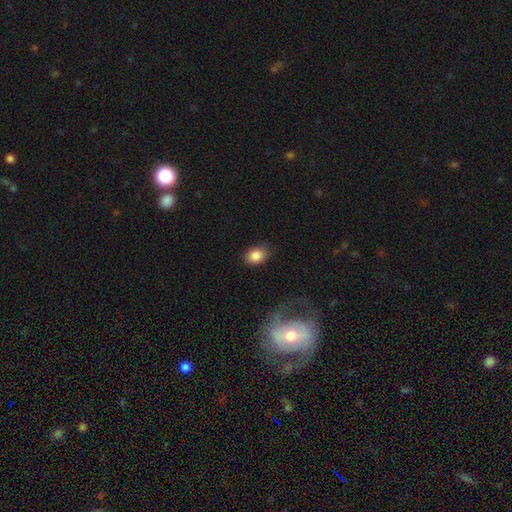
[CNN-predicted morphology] type=smooth (86%); roundness=in between (68%); merging=none (83%).